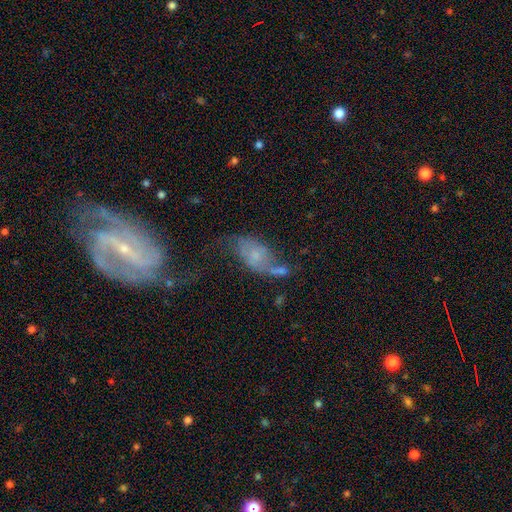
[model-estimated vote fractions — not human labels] smooth_or_featured: featured or disk (p=0.53) [alt: smooth p=0.33]
disk_edge_on: no (p=0.93) [alt: yes p=0.07]
merging: major disturbance (p=0.29) [alt: merger p=0.26]